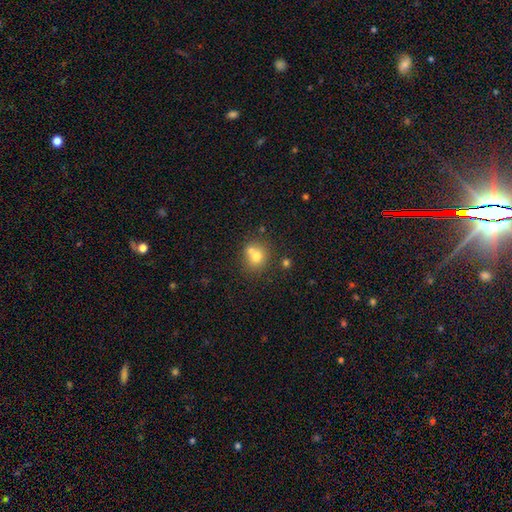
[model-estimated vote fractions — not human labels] A smooth galaxy with no disk features (71%) that is round (78%). Merging: none (48%).